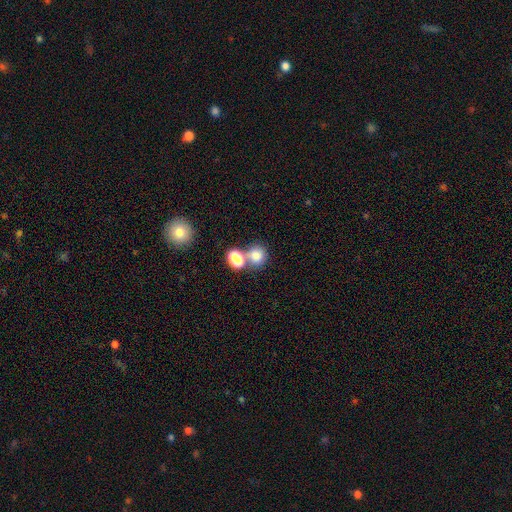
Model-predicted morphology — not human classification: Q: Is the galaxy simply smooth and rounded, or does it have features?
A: smooth — 78%.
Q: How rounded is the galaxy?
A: round — 73%.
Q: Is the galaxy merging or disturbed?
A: none — 49%.